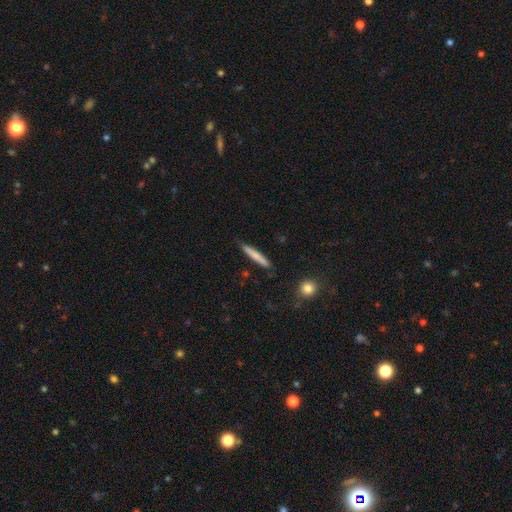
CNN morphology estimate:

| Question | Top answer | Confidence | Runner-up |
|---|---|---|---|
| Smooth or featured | smooth | 73% | featured or disk (21%) |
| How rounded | cigar-shaped | 94% | in between (4%) |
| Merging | none | 86% | minor disturbance (10%) |